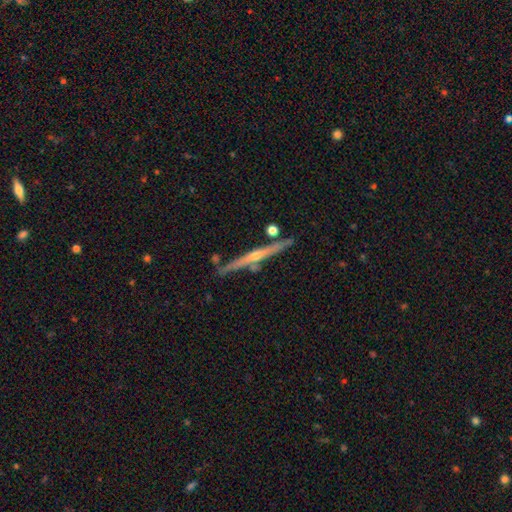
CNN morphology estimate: Q: Smooth or featured?
A: featured or disk (73%); runner-up: smooth (21%)
Q: Edge-on disk?
A: yes (97%); runner-up: no (3%)
Q: Edge-on bulge?
A: rounded (73%); runner-up: none (24%)
Q: Merging?
A: none (81%); runner-up: minor disturbance (11%)